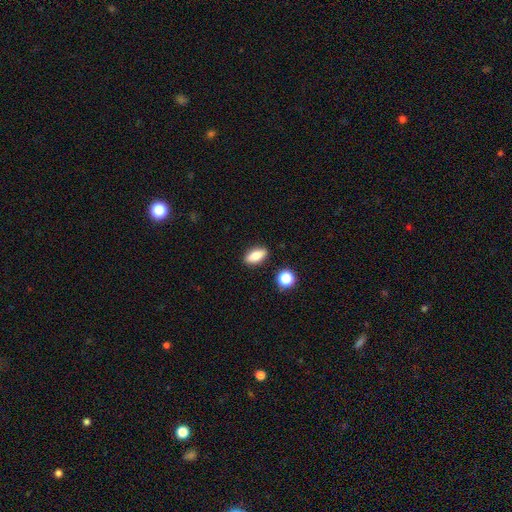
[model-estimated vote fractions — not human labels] This appears to be a smooth galaxy with no disk features (79%) that is in between round and cigar-shaped (80%). Merging: none (88%).